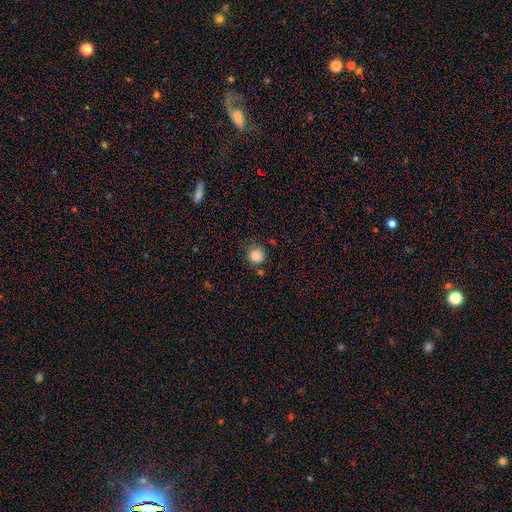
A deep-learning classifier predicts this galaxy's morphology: smooth 85%, star or artifact 11%, featured or disk 4%. Down the decision tree: how rounded — round (91%); merging — none (74%).